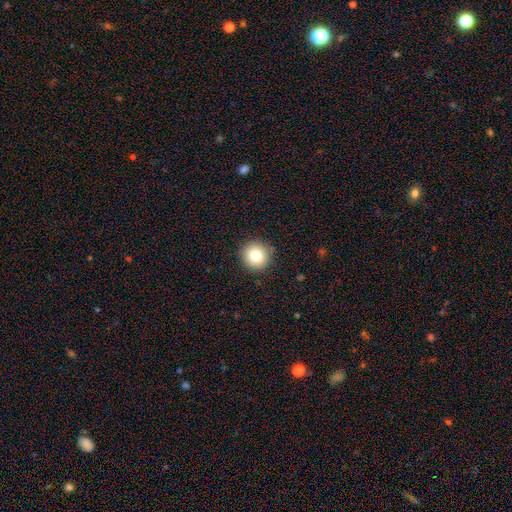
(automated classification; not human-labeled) smooth 78%, star or artifact 12%, featured or disk 10%. Down the decision tree: how rounded — round (95%); merging — none (91%).